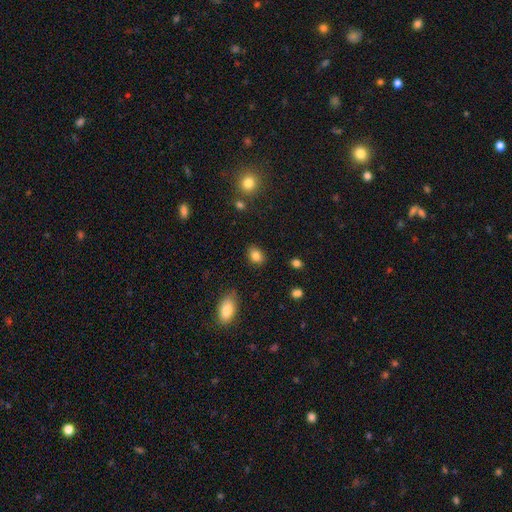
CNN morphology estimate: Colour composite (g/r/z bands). It shows a smooth galaxy with no disk features (84%) that is in between round and cigar-shaped (64%). Merging: none (83%).